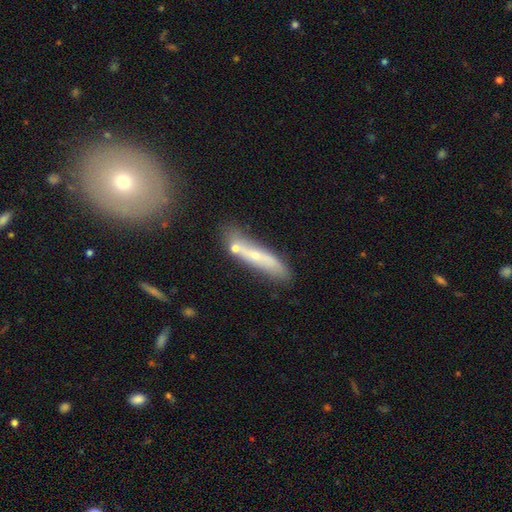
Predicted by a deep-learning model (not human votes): Morphology: type=featured or disk (49%); merging=none (59%).